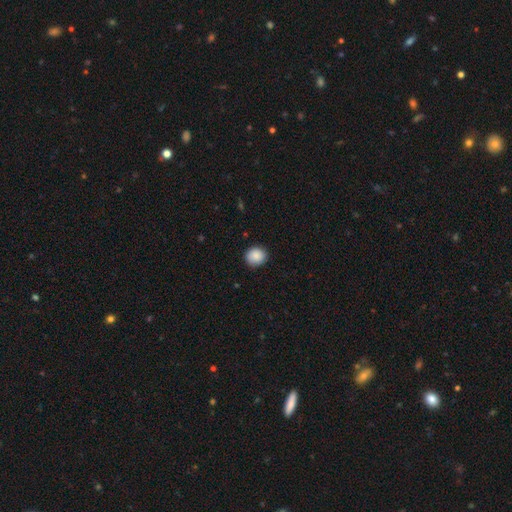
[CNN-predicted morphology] This appears to be a smooth galaxy with no disk features (89%) that is round (82%). Merging: none (88%).